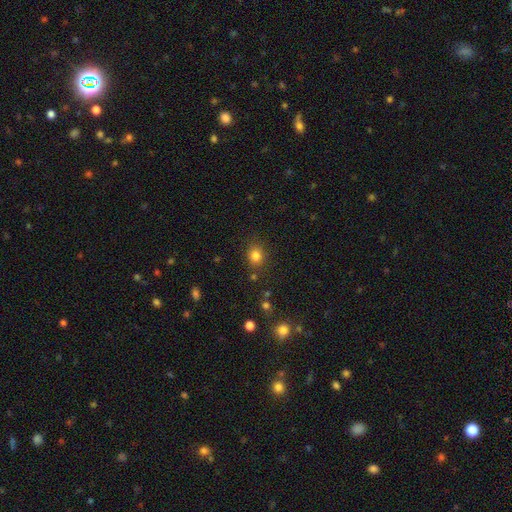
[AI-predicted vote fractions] A smooth galaxy with no disk features (81%) that is round (68%).

Vote fractions:
- Smooth or featured? smooth: 81% / star or artifact: 13% / featured or disk: 6%
- How rounded? round: 68% / in between: 32% / cigar-shaped: 1%
- Merging? none: 83% / minor disturbance: 11% / major disturbance: 3% / merger: 3%